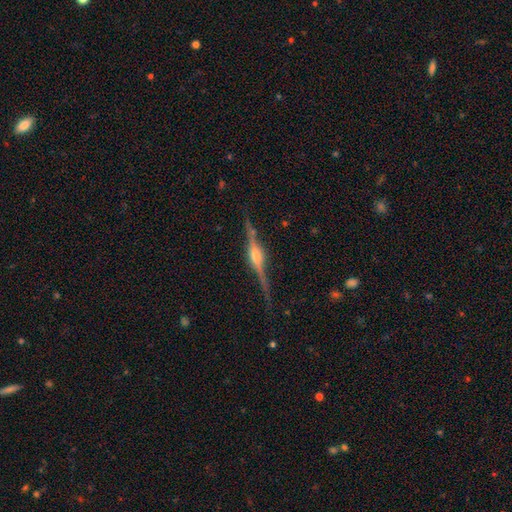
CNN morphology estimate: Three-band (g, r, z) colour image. It shows a featured or disk galaxy (88%) viewed edge-on (98%) with a rounded central bulge (88%). Merging: none (85%).